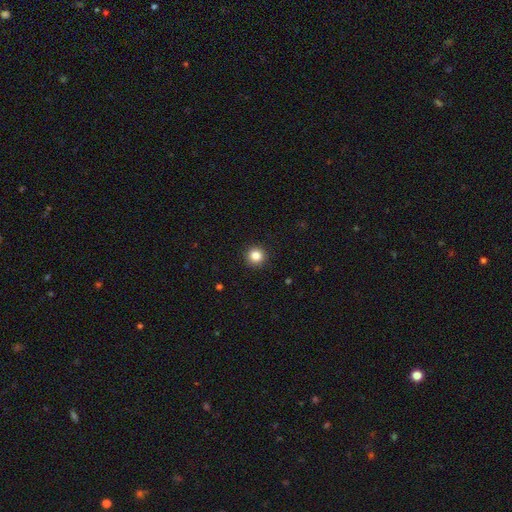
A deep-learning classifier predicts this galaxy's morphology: smooth 84%, star or artifact 11%, featured or disk 4%. Down the decision tree: how rounded — round (95%); merging — none (93%).